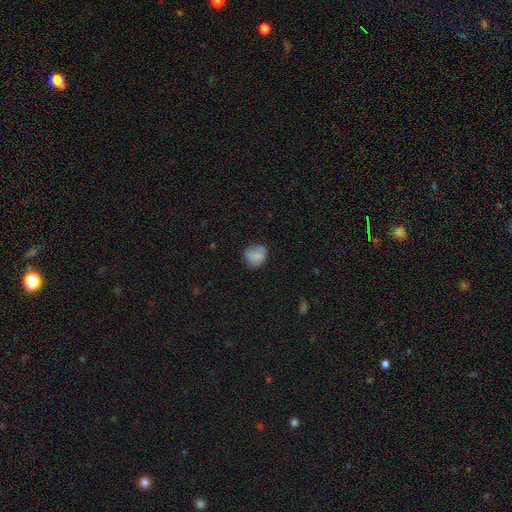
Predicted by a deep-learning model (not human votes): Smooth or featured?
  - smooth: 80% *
  - featured or disk: 10%
  - star or artifact: 9%
How rounded?
  - round: 76% *
  - in between: 23%
  - cigar-shaped: 1%
Merging?
  - none: 67% *
  - minor disturbance: 24%
  - major disturbance: 6%
  - merger: 3%